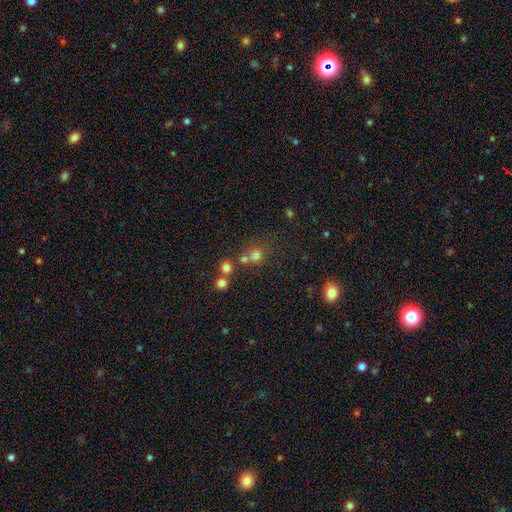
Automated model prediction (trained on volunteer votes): Smooth or featured? Predicted: smooth (p=0.62). How rounded? Predicted: round (p=0.76). Merging? Predicted: none (p=0.49).